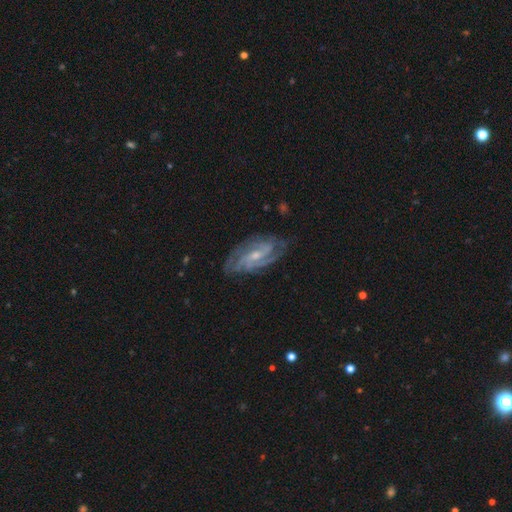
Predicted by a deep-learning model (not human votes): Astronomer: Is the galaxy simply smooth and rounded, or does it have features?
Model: featured or disk — 89%.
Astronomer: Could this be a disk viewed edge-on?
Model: no — 95%.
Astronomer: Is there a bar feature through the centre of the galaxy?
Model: weak — 47% (runner-up: no, 34%).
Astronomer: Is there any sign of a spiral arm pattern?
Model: yes — 97%.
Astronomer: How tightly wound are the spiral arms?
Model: tight — 51% (runner-up: medium, 40%).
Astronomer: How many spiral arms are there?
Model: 2 — 36% (runner-up: 3, 28%).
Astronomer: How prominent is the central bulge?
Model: small — 58% (runner-up: moderate, 36%).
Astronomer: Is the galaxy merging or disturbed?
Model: none — 77%.